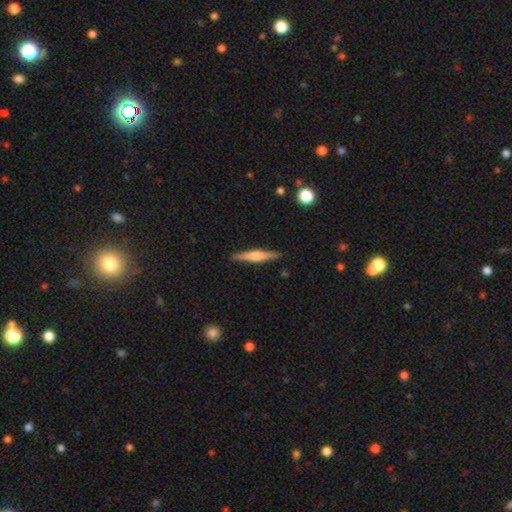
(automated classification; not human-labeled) Smooth or featured? featured or disk (58%)
Edge-on disk? yes (97%)
Edge-on bulge? rounded (72%)
Merging? none (90%)